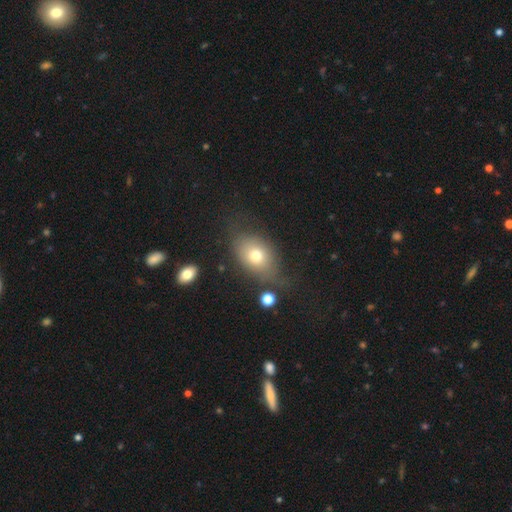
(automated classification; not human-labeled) smooth 69%, featured or disk 19%, star or artifact 12%. Down the decision tree: how rounded — in between (70%); merging — none (54%).